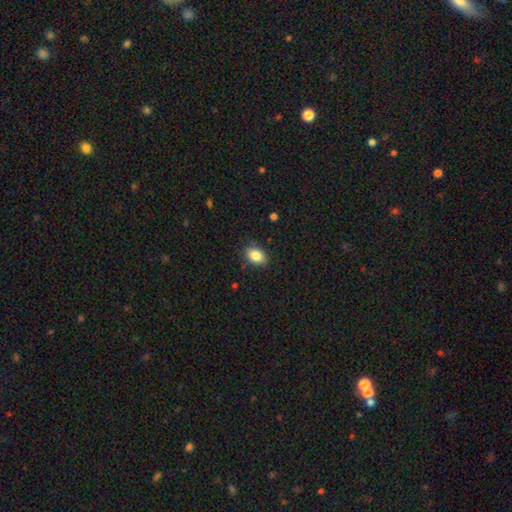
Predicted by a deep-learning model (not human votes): Overall: smooth (85%). How rounded: in between (85%). Merging: none (84%).